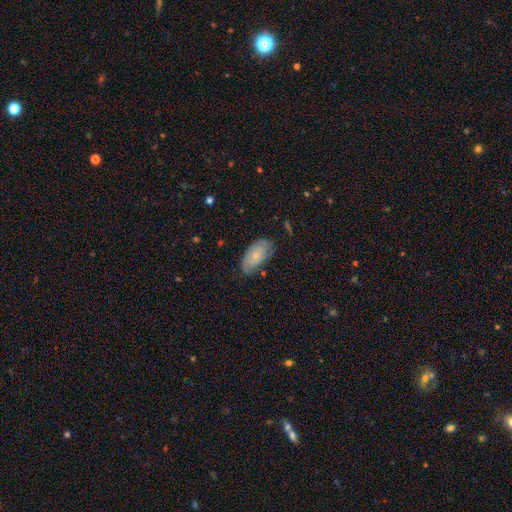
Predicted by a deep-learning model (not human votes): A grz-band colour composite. It shows a smooth galaxy with no disk features (62%) that is in between round and cigar-shaped (93%). Merging: none (66%).